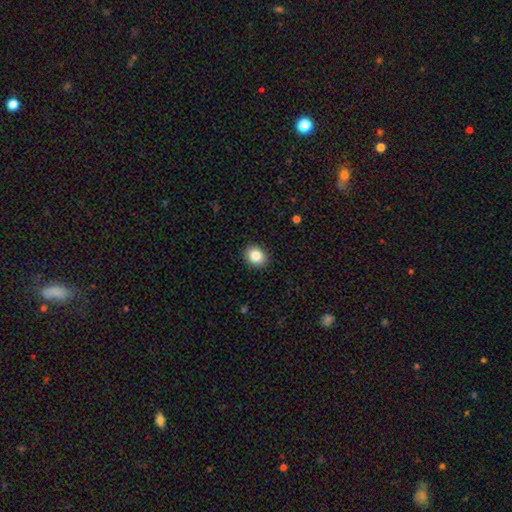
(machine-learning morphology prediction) The model was most divided on "how rounded": round: 54%, in between: 45%, cigar-shaped: 1%. More confident: merging — none (90%); smooth or featured — smooth (86%).